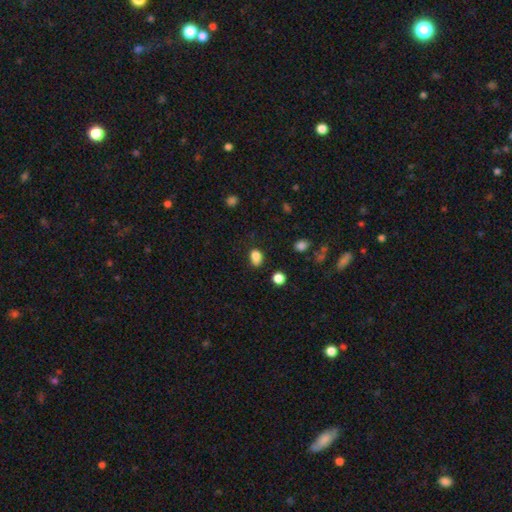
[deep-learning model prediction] Morphology: type=smooth (83%); roundness=in between (62%); merging=none (60%).